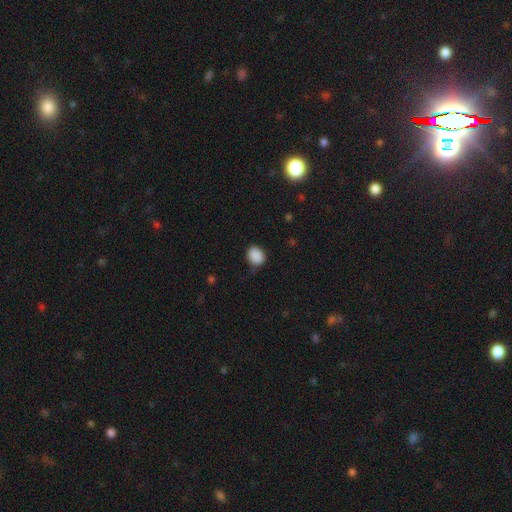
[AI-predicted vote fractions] Overall: smooth (89%). How rounded: round (54%; in between 45%). Merging: none (77%).